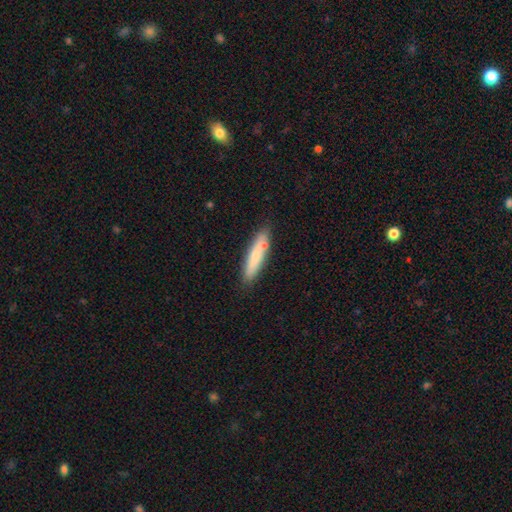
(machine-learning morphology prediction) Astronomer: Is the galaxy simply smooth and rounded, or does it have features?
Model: smooth — 71%.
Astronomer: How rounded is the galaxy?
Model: cigar-shaped — 81%.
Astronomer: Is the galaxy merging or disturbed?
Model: none — 78%.